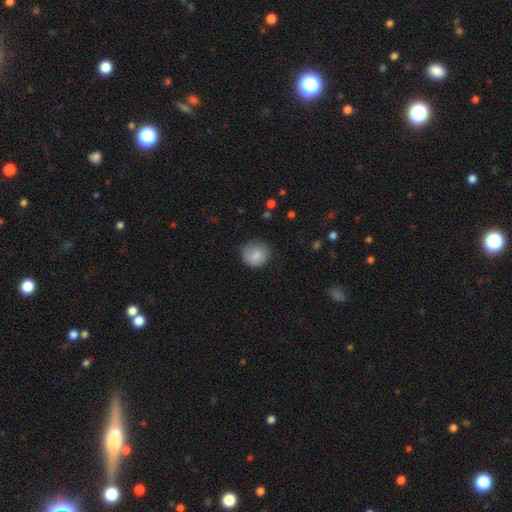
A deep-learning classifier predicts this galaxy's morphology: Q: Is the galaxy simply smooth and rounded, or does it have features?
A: smooth — 83%.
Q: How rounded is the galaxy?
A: round — 86%.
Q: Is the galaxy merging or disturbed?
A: none — 76%.